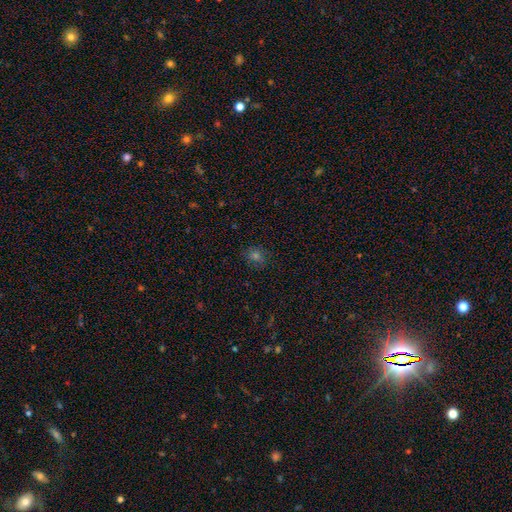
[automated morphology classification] This appears to be a smooth galaxy with no disk features (64%) that is round (67%). Merging: none (84%).